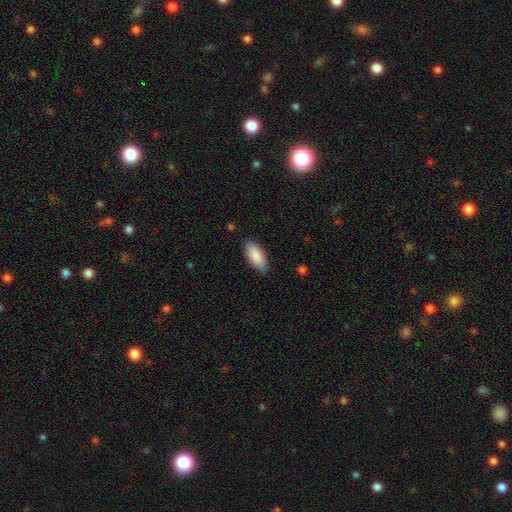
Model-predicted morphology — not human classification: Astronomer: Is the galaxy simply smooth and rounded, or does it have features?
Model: smooth — 89%.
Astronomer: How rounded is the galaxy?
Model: in between — 87%.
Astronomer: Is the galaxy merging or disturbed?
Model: none — 85%.